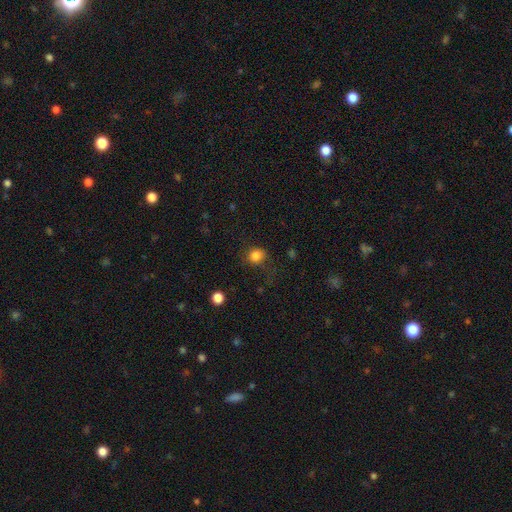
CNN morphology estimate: Smooth or featured? smooth (83%)
How rounded? round (80%)
Merging? none (75%)